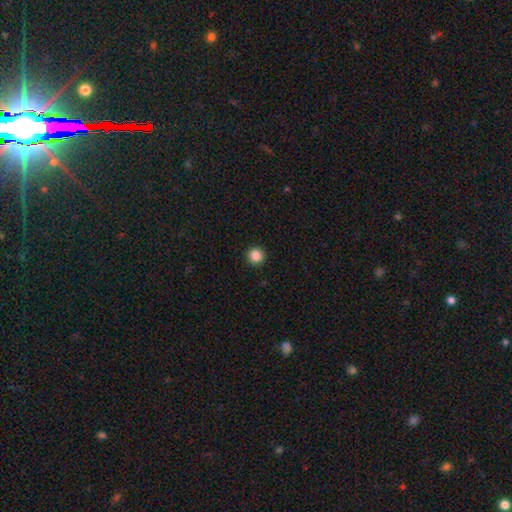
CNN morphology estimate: This appears to be a smooth galaxy with no disk features (86%) that is round (95%). Merging: none (93%).